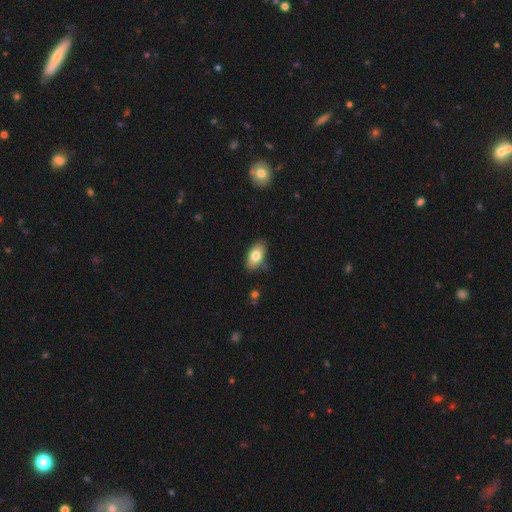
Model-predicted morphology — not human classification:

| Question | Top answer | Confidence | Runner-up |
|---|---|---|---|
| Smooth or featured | smooth | 79% | featured or disk (14%) |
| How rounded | in between | 92% | round (5%) |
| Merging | none | 81% | minor disturbance (14%) |